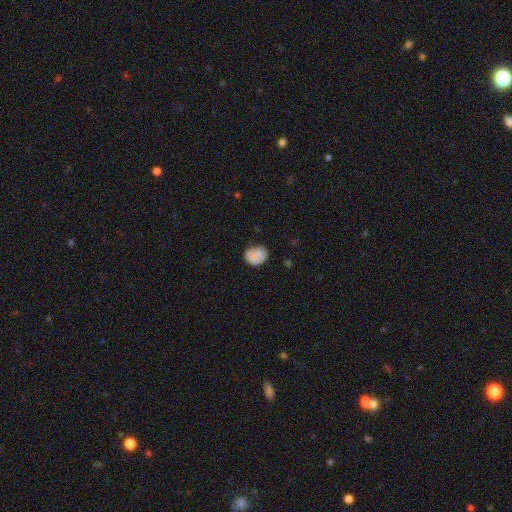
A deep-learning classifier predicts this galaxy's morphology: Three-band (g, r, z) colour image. It shows a smooth galaxy with no disk features (82%) that is round (61%). Merging: none (65%).